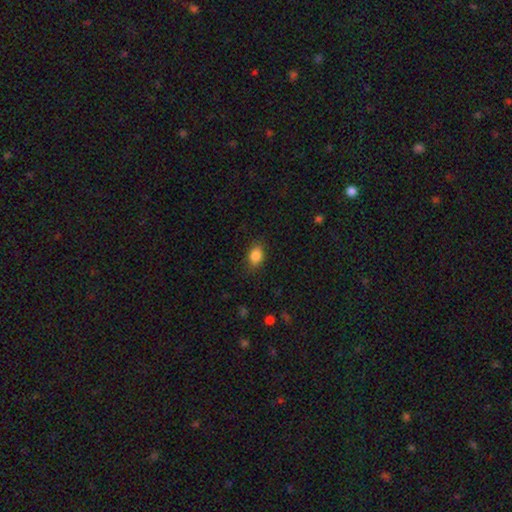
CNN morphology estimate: smooth_or_featured: smooth (p=0.86) [alt: star or artifact p=0.09]
how_rounded: in between (p=0.71) [alt: round p=0.27]
merging: none (p=0.82) [alt: minor disturbance p=0.14]